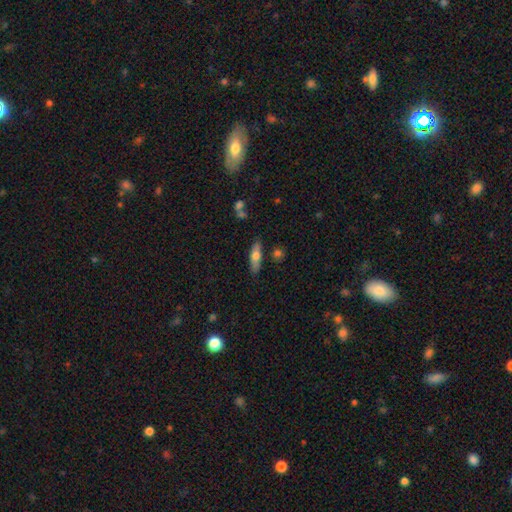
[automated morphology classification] smooth_or_featured: smooth (p=0.57) [alt: featured or disk p=0.36]
how_rounded: cigar-shaped (p=0.62) [alt: in between p=0.35]
merging: none (p=0.81) [alt: minor disturbance p=0.12]